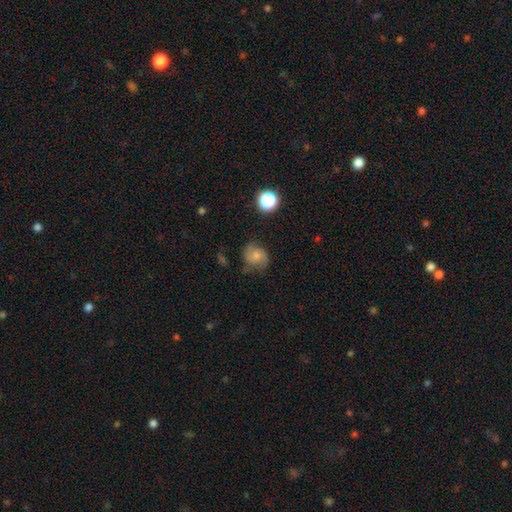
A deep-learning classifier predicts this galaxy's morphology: Smooth or featured?
  - smooth: 55% *
  - featured or disk: 33%
  - star or artifact: 12%
How rounded?
  - round: 69% *
  - in between: 30%
  - cigar-shaped: 1%
Merging?
  - none: 56% *
  - minor disturbance: 29%
  - major disturbance: 13%
  - merger: 2%